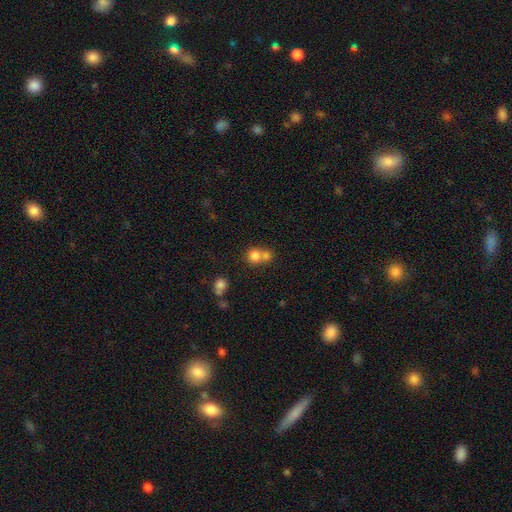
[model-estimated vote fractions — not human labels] smooth-or-featured: smooth: 78% | star or artifact: 12% | featured or disk: 10%
  how-rounded: round: 84% | in between: 15% | cigar-shaped: 1%
  merging: merger: 52% | none: 39% | minor disturbance: 6% | major disturbance: 3%